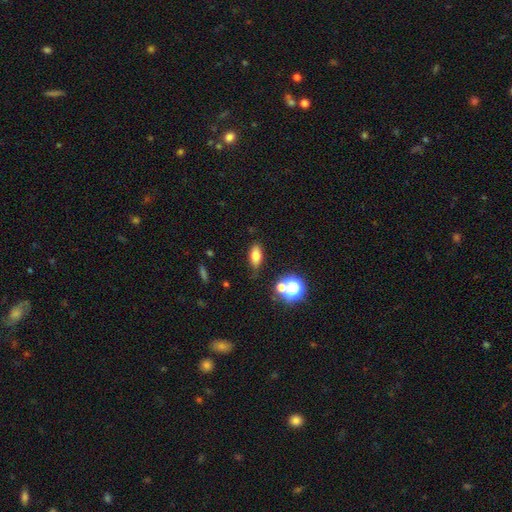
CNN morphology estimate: smooth_or_featured: smooth (p=0.72) [alt: star or artifact p=0.14]
how_rounded: in between (p=0.77) [alt: cigar-shaped p=0.14]
merging: none (p=0.80) [alt: minor disturbance p=0.13]